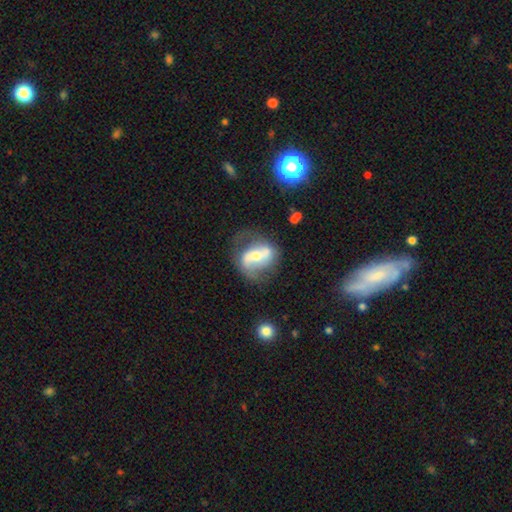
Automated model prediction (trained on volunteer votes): Morphology: type=featured or disk (69%); edge-on=no (94%); bar=strong (40%); spiral arms=yes (72%); bulge=moderate (51%); merging=none (55%).